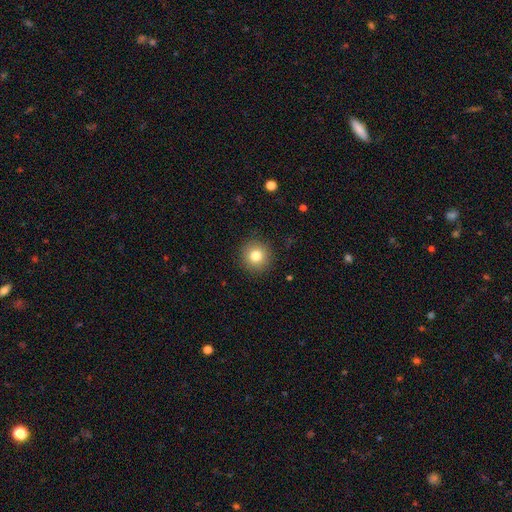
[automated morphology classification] type=smooth (81%); roundness=round (94%); merging=none (91%).